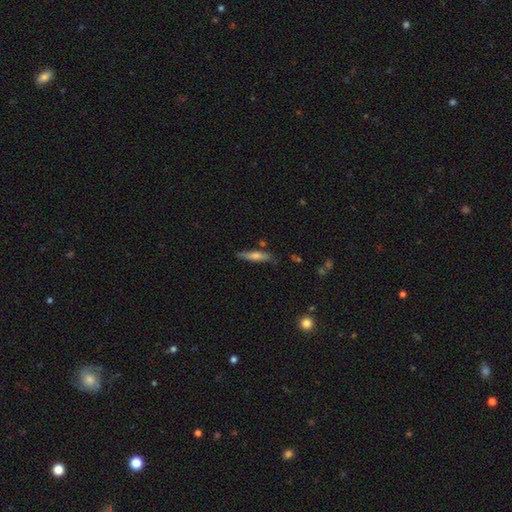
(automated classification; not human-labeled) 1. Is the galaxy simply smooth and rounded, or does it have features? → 58% smooth, 35% featured or disk, 7% star or artifact.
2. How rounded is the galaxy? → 84% cigar-shaped, 14% in between, 2% round.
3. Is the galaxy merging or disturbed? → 79% none, 15% minor disturbance, 3% merger, 3% major disturbance.